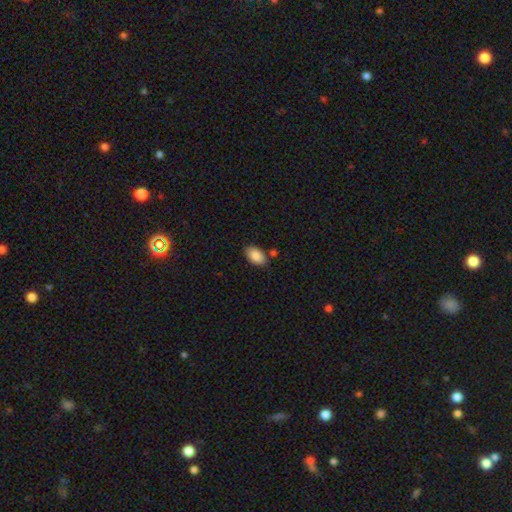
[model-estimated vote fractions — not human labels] smooth_or_featured: smooth (p=0.87) [alt: star or artifact p=0.07]
how_rounded: in between (p=0.94) [alt: round p=0.05]
merging: none (p=0.79) [alt: minor disturbance p=0.13]